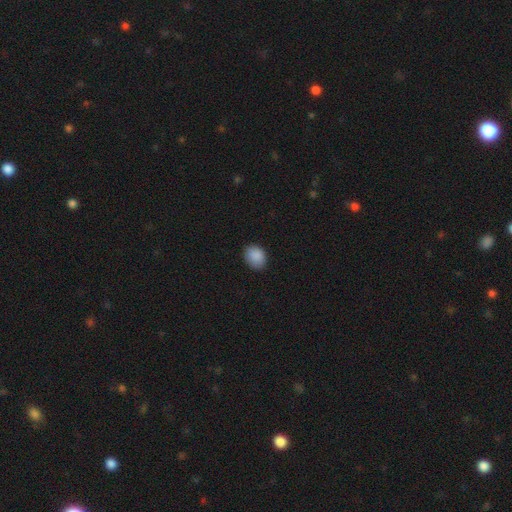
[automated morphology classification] smooth 89%, star or artifact 8%, featured or disk 3%. Down the decision tree: how rounded — in between (60%); merging — none (84%).